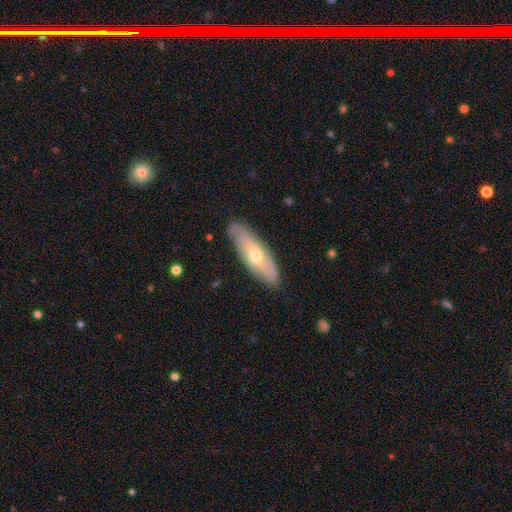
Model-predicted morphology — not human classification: Smooth or featured? Predicted: featured or disk (p=0.51). Edge-on disk? Predicted: no (p=0.64). Merging? Predicted: none (p=0.79).